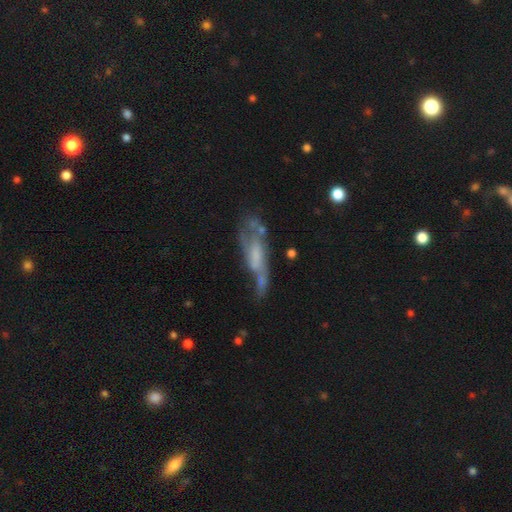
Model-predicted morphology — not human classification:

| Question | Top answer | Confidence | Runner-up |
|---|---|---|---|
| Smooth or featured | featured or disk | 61% | smooth (30%) |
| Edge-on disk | no | 78% | yes (22%) |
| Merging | none | 34% | major disturbance (28%) |